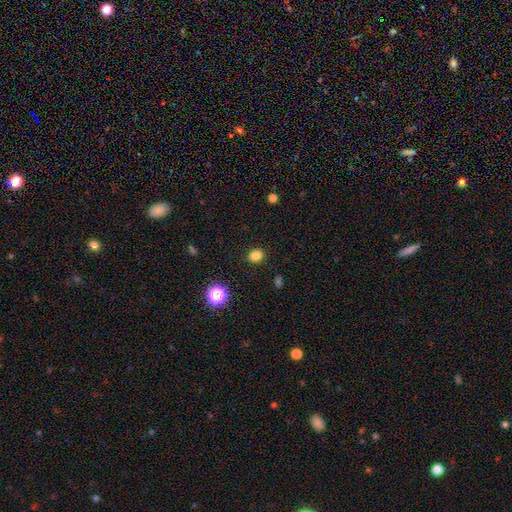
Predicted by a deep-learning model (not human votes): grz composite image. It shows a smooth galaxy with no disk features (82%) that is round (69%). Merging: none (88%).